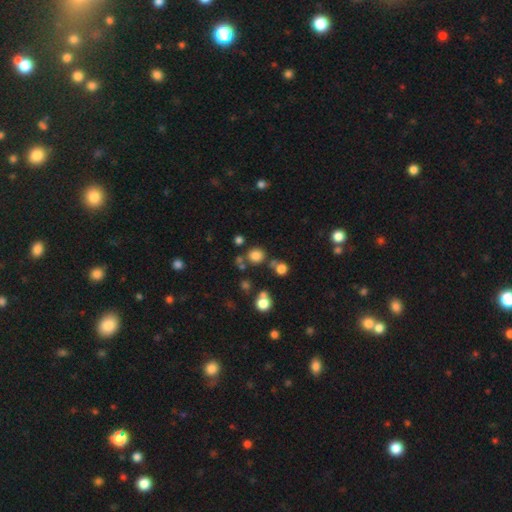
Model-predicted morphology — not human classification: Overall: smooth (76%). How rounded: round (88%). Merging: none (73%).